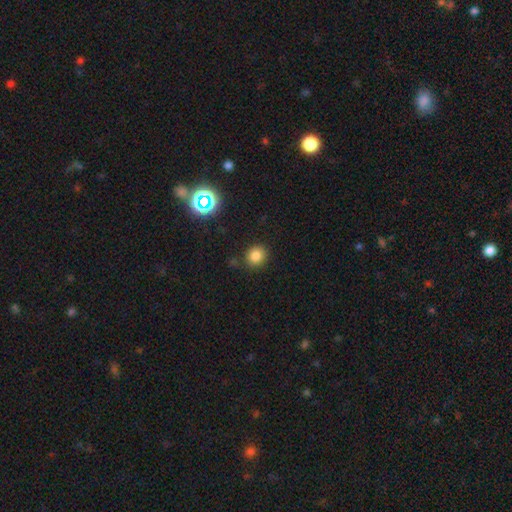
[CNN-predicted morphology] Overall: smooth (80%). How rounded: round (77%). Merging: none (82%).